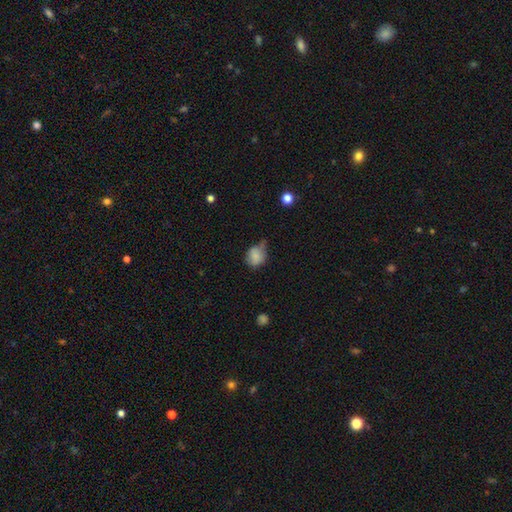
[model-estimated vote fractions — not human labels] smooth 77%, featured or disk 13%, star or artifact 10%. Down the decision tree: how rounded — round (57%); merging — minor disturbance (43%).